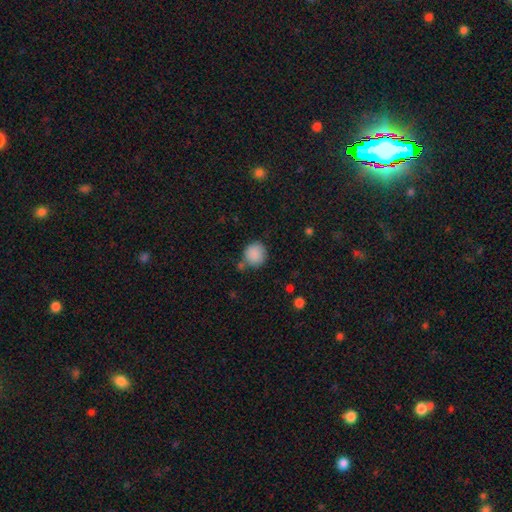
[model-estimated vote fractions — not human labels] This appears to be a smooth galaxy with no disk features (88%) that is round (88%). Merging: none (73%).